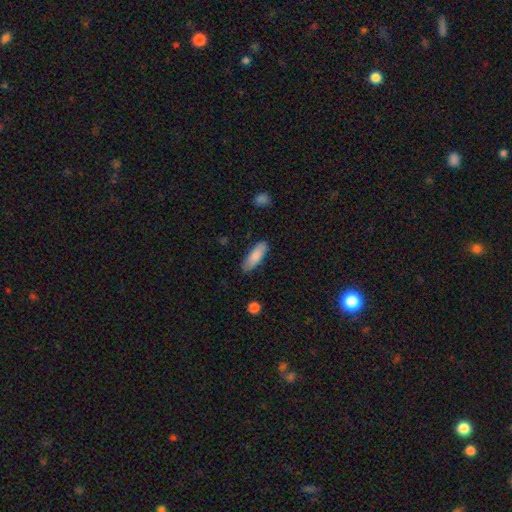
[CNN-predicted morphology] smooth_or_featured: smooth (p=0.84) [alt: featured or disk p=0.10]
how_rounded: in between (p=0.60) [alt: cigar-shaped p=0.38]
merging: none (p=0.84) [alt: minor disturbance p=0.12]